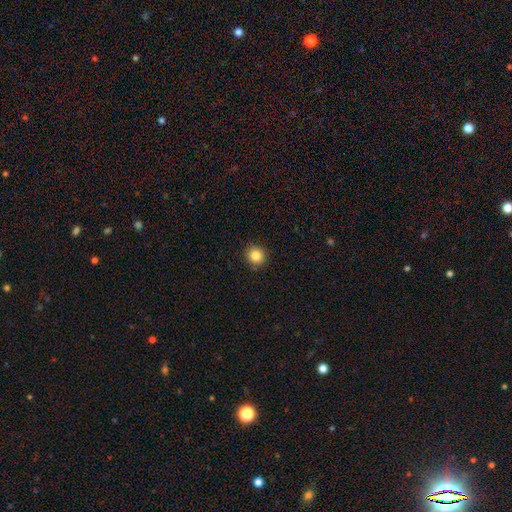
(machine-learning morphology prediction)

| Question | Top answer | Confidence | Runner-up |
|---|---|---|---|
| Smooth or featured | smooth | 85% | star or artifact (10%) |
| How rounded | round | 90% | in between (9%) |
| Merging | none | 90% | minor disturbance (7%) |